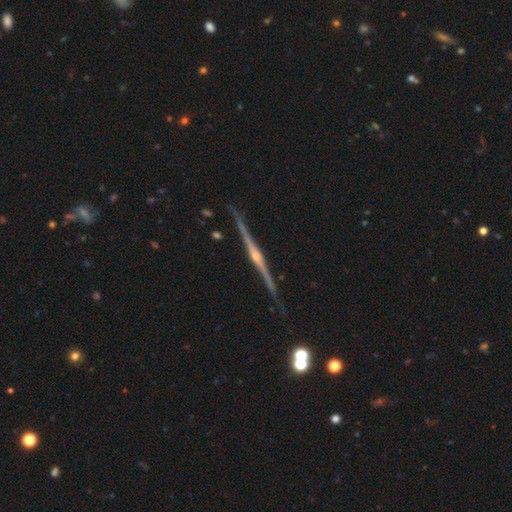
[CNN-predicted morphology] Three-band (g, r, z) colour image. It shows a featured or disk galaxy (88%) viewed edge-on (98%) with a rounded central bulge (83%). Merging: none (88%).